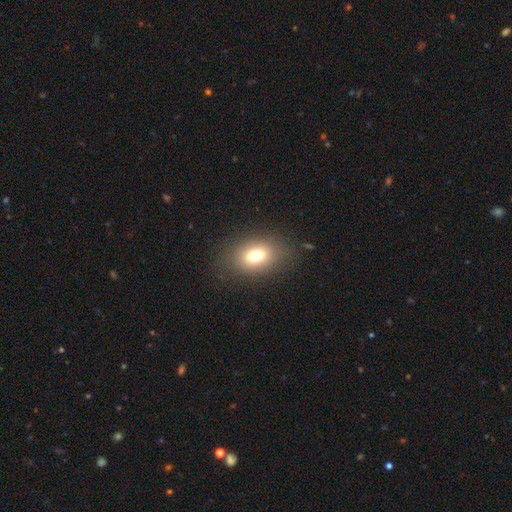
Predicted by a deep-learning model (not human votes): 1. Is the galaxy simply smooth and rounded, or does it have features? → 73% smooth, 15% featured or disk, 12% star or artifact.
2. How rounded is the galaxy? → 78% in between, 20% round, 2% cigar-shaped.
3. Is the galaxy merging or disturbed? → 82% none, 11% minor disturbance, 5% major disturbance, 1% merger.